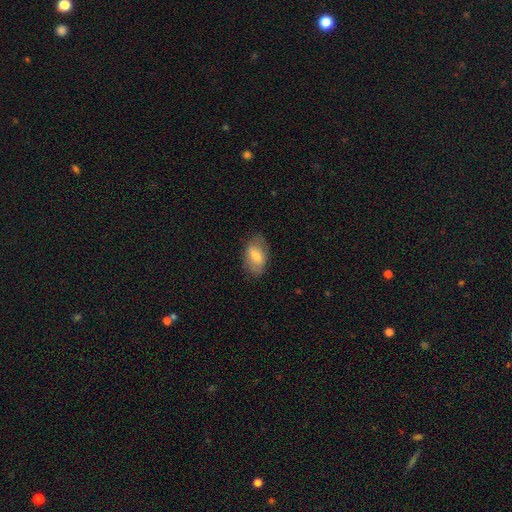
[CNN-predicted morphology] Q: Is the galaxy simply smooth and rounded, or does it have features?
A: smooth — 69%.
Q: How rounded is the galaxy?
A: in between — 90%.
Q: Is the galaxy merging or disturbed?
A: none — 77%.